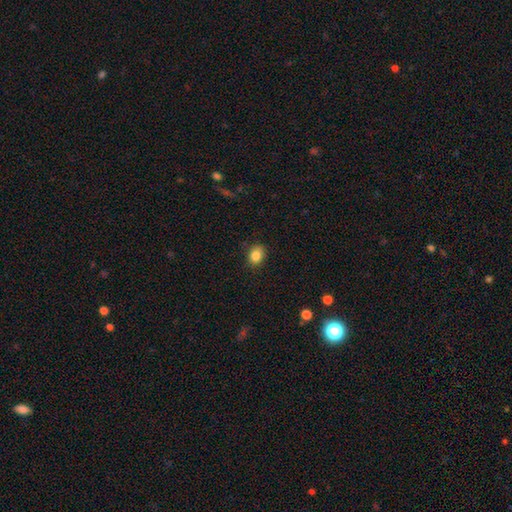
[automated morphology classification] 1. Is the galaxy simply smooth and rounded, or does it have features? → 84% smooth, 10% star or artifact, 6% featured or disk.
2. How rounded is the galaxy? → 55% in between, 44% round, 1% cigar-shaped.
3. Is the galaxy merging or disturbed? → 86% none, 11% minor disturbance, 2% major disturbance, 1% merger.